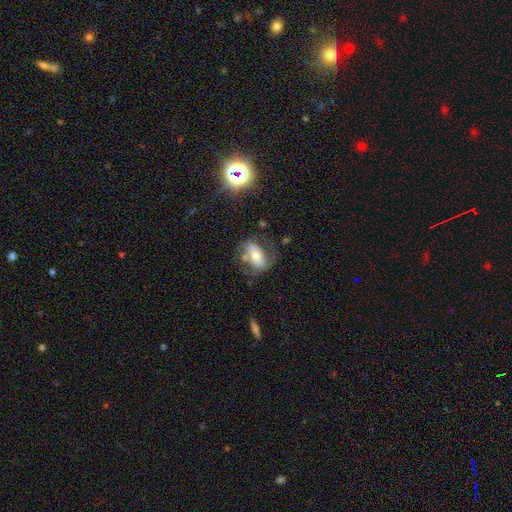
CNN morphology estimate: The model was most divided on "smooth or featured": featured or disk: 46%, smooth: 44%, star or artifact: 10%. More confident: merging — none (53%).